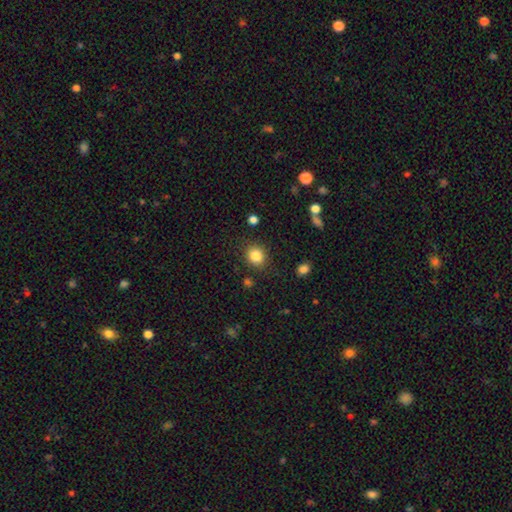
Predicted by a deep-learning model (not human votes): The model was most divided on "how rounded": round: 69%, in between: 30%, cigar-shaped: 1%. More confident: merging — none (84%); smooth or featured — smooth (84%).